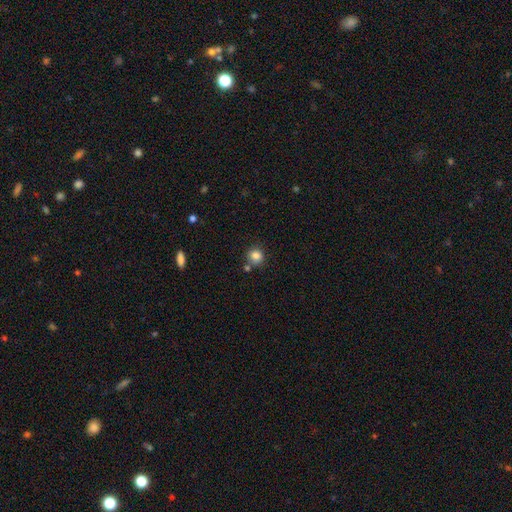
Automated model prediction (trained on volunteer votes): Smooth or featured? Predicted: smooth (p=0.83). How rounded? Predicted: round (p=0.86). Merging? Predicted: none (p=0.75).